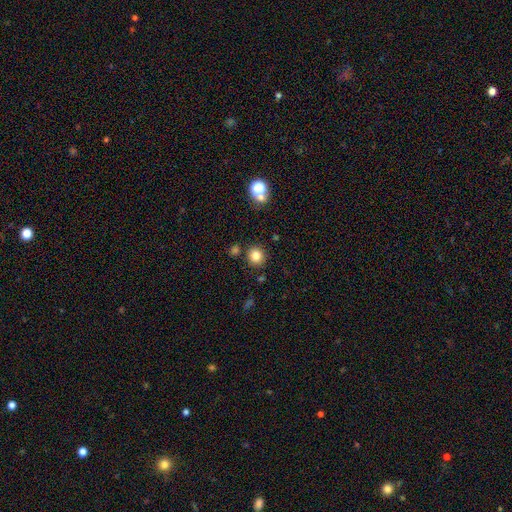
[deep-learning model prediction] This is clearly a smooth galaxy (81%). How rounded: clearly round (89%). Merging: clearly none (85%).